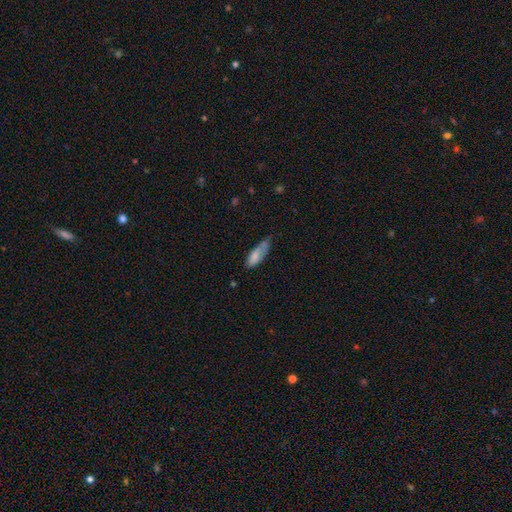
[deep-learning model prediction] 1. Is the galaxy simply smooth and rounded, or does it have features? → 76% smooth, 17% featured or disk, 7% star or artifact.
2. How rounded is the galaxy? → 66% in between, 32% cigar-shaped, 2% round.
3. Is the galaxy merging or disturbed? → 39% minor disturbance (tied), 39% none (tied), 17% major disturbance, 5% merger.